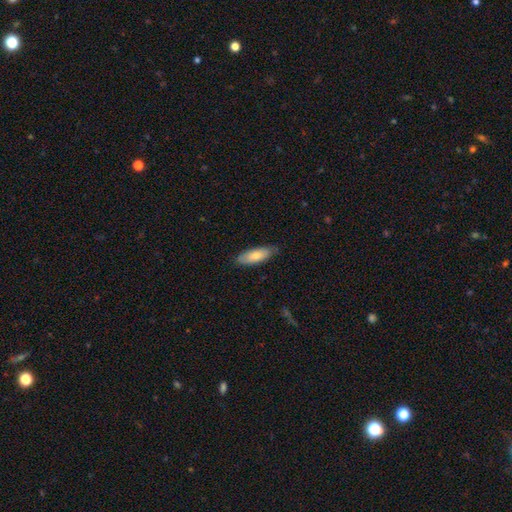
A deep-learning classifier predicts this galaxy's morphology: A smooth galaxy with no disk features (75%) that is in between round and cigar-shaped (67%). Merging: none (77%).